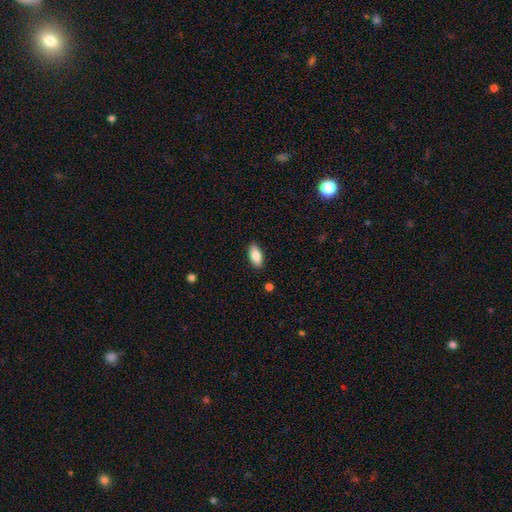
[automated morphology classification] The model was most divided on "smooth or featured": smooth: 82%, featured or disk: 11%, star or artifact: 7%. More confident: merging — none (88%); how rounded — in between (87%).